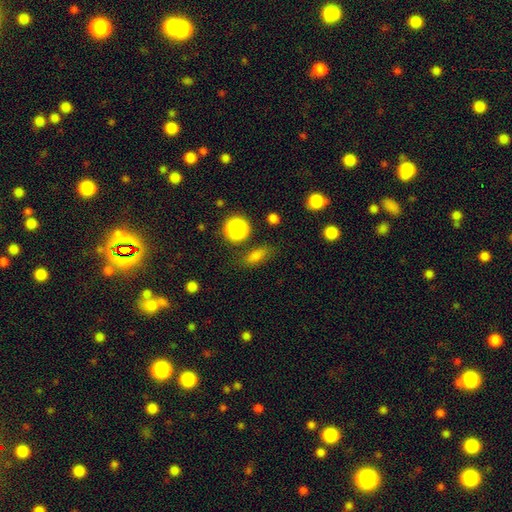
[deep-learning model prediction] Smooth or featured? smooth (73%)
How rounded? in between (63%)
Merging? none (76%)